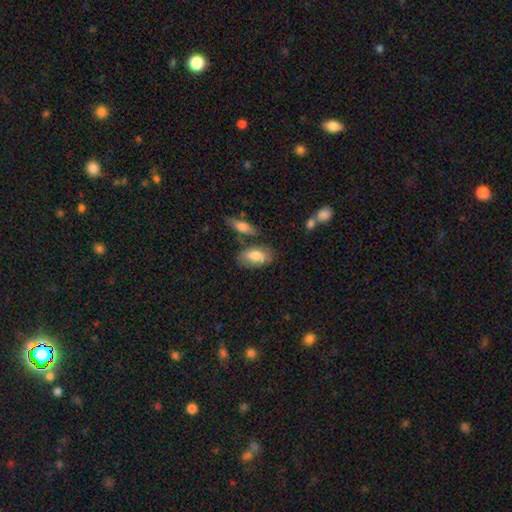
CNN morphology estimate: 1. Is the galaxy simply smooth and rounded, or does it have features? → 74% smooth, 20% featured or disk, 6% star or artifact.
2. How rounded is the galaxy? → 92% in between, 4% cigar-shaped, 4% round.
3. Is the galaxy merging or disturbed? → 62% none, 20% minor disturbance, 12% merger, 6% major disturbance.